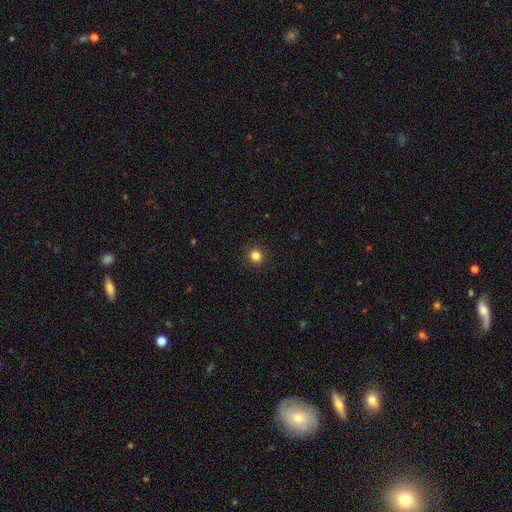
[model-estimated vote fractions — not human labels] smooth-or-featured: smooth: 84% | star or artifact: 12% | featured or disk: 4%
  how-rounded: round: 91% | in between: 8% | cigar-shaped: 1%
  merging: none: 92% | minor disturbance: 5% | major disturbance: 2% | merger: 1%